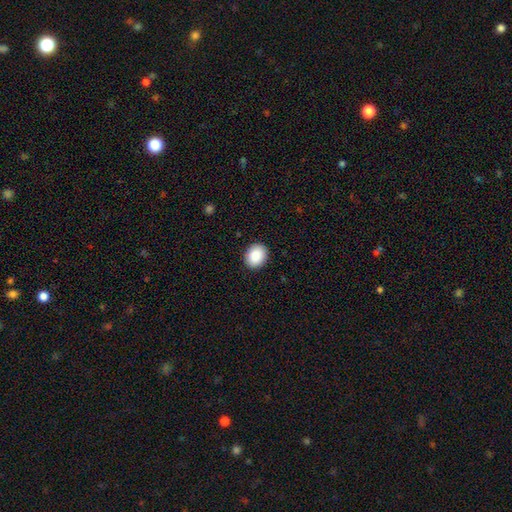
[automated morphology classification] smooth 88%, star or artifact 8%, featured or disk 4%. Down the decision tree: how rounded — round (51%); merging — none (91%).